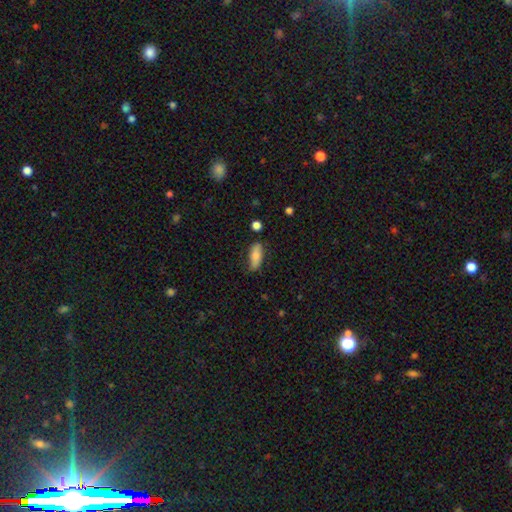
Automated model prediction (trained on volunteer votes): This appears to be a smooth galaxy with no disk features (79%) that is in between round and cigar-shaped (76%). Merging: none (74%).